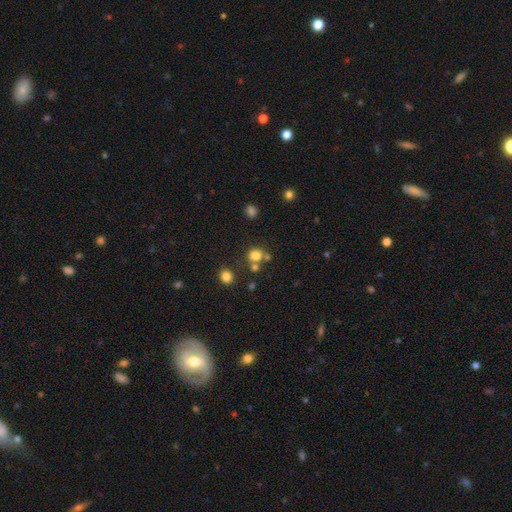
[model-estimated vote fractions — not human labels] A smooth galaxy with no disk features (77%) that is round (70%). Merging: none (57%).